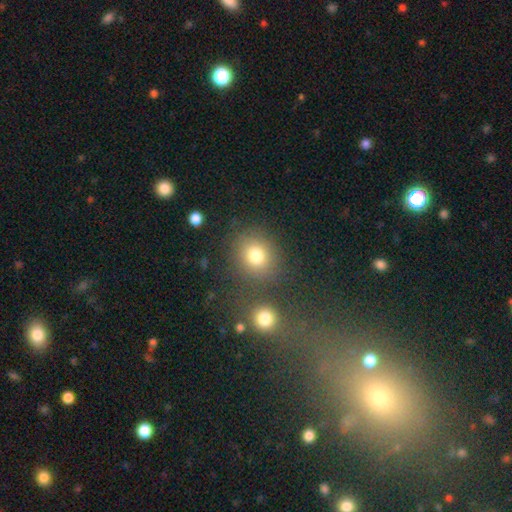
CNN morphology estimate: A smooth galaxy with no disk features (78%) that is round (76%). Merging: none (75%).